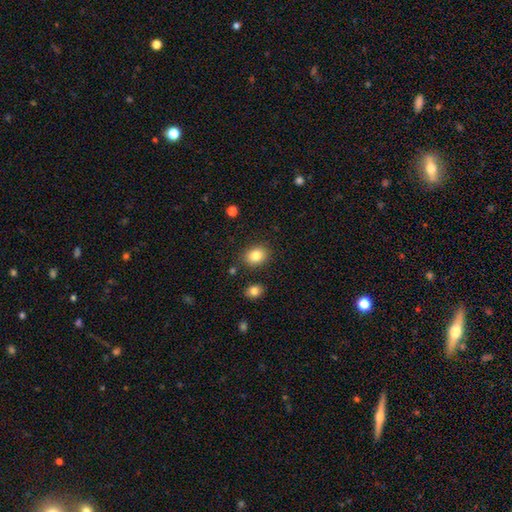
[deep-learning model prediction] Overall: smooth (84%). How rounded: in between (54%; round 45%). Merging: none (85%).